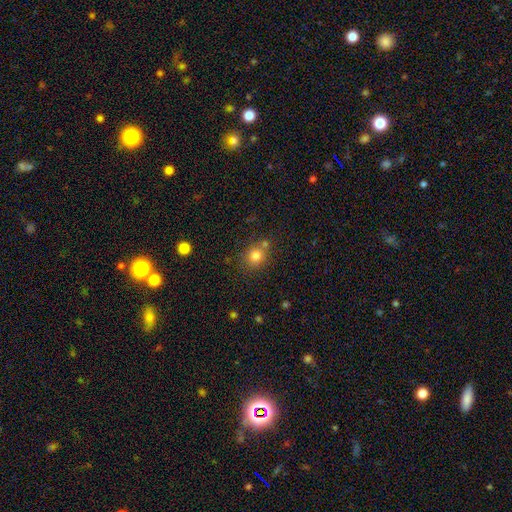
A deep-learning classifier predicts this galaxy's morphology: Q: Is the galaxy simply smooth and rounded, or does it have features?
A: smooth — 80%.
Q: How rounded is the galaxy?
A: round — 82%.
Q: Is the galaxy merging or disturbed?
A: none — 68%.